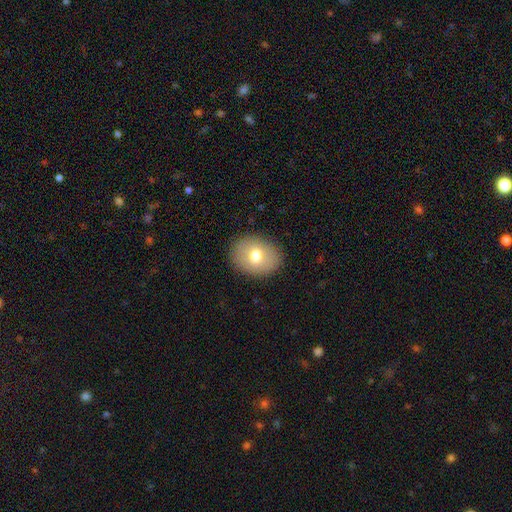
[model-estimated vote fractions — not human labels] Morphology: type=smooth (72%); roundness=in between (58%); merging=none (88%).